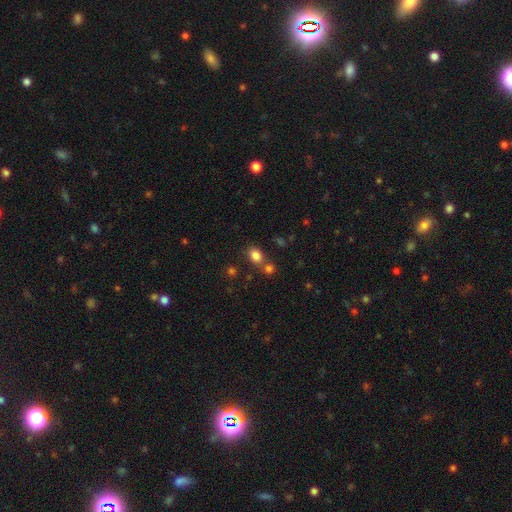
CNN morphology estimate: Smooth or featured? smooth (82%)
How rounded? in between (66%)
Merging? none (61%)